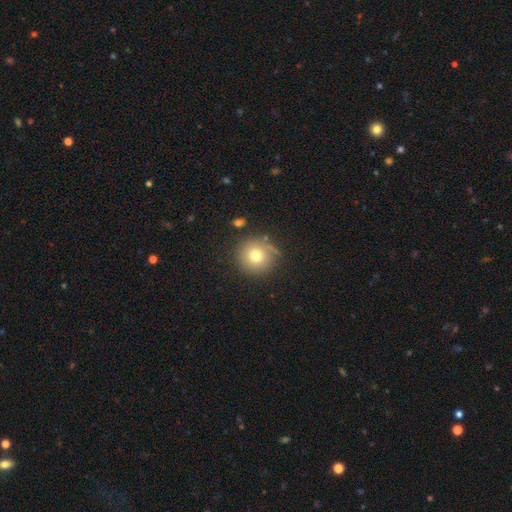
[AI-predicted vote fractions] Smooth or featured? Predicted: smooth (p=0.75). How rounded? Predicted: round (p=0.94). Merging? Predicted: none (p=0.78).